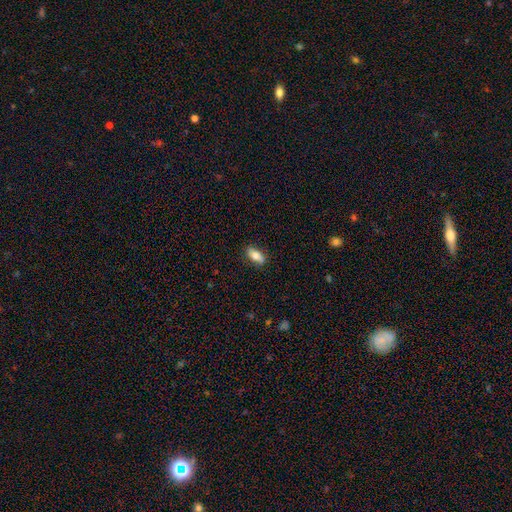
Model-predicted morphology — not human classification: This is likely a smooth galaxy (73%). How rounded: clearly in between (83%). Merging: clearly none (84%).